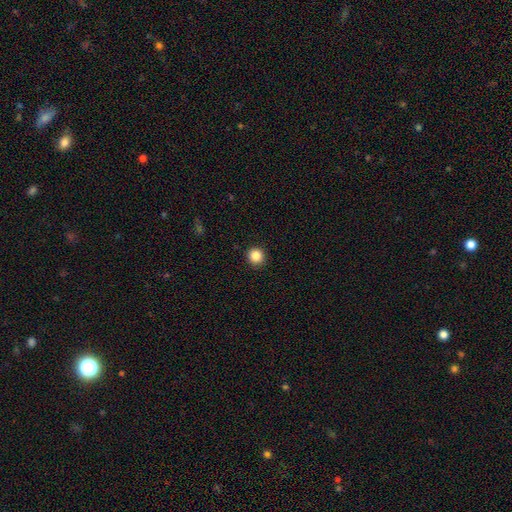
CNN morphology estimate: smooth 86%, star or artifact 11%, featured or disk 3%. Down the decision tree: how rounded — round (93%); merging — none (93%).